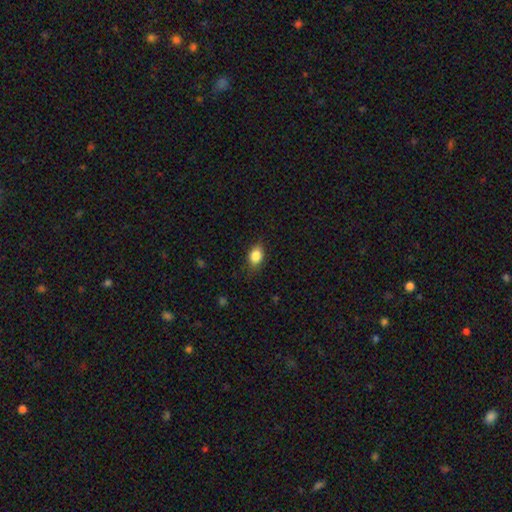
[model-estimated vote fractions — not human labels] Q: Smooth or featured?
A: smooth (85%); runner-up: star or artifact (9%)
Q: How rounded?
A: in between (77%); runner-up: round (22%)
Q: Merging?
A: none (80%); runner-up: minor disturbance (16%)